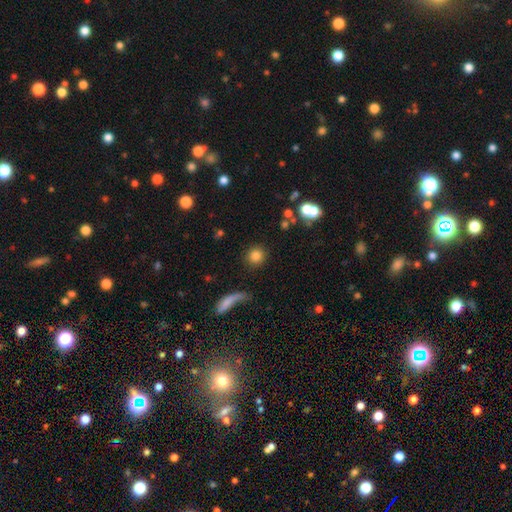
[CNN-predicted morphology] The model was most divided on "smooth or featured": smooth: 82%, star or artifact: 11%, featured or disk: 8%. More confident: how rounded — round (91%); merging — none (85%).